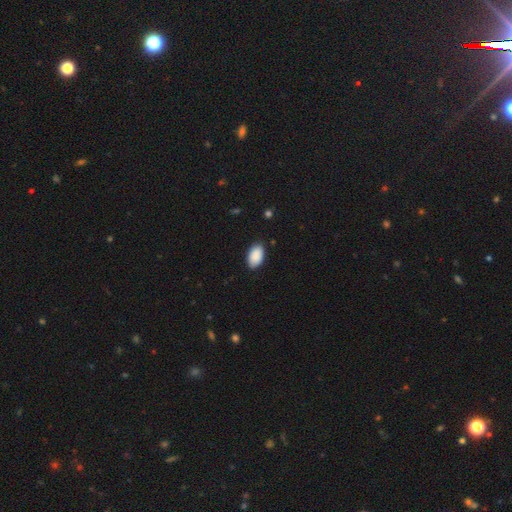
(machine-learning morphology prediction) Smooth or featured? Predicted: smooth (p=0.91). How rounded? Predicted: in between (p=0.95). Merging? Predicted: none (p=0.85).